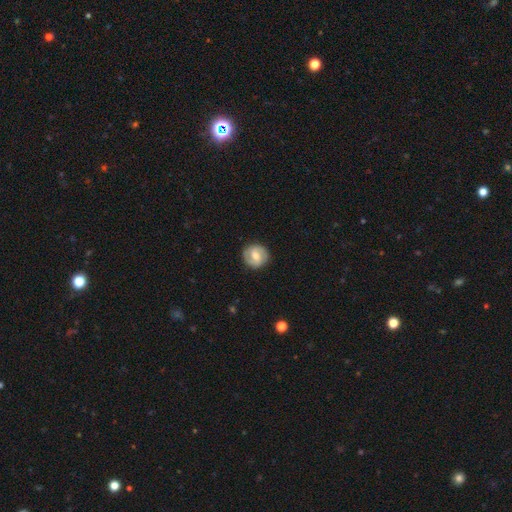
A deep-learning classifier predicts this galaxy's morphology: Smooth or featured: featured or disk — 54% (smooth — 39%)
Edge-on disk: no — 97% (yes — 3%)
Bar: weak — 51% (strong — 25%)
Spiral arms: yes — 78% (no — 22%)
Bulge size: moderate — 65% (small — 24%)
Merging: none — 86% (minor disturbance — 10%)